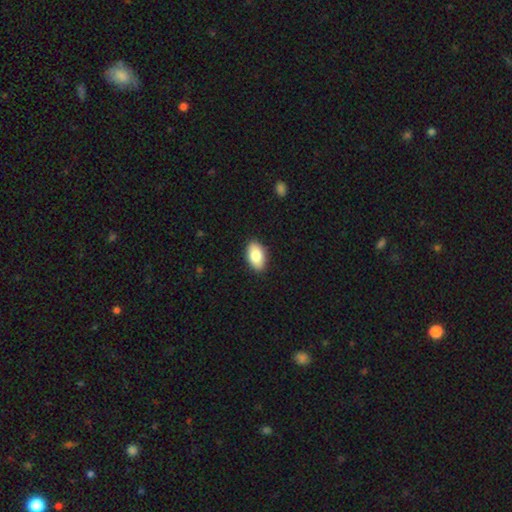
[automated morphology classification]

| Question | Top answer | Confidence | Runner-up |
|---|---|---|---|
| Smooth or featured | smooth | 86% | featured or disk (8%) |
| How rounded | in between | 94% | round (4%) |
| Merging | none | 88% | minor disturbance (9%) |